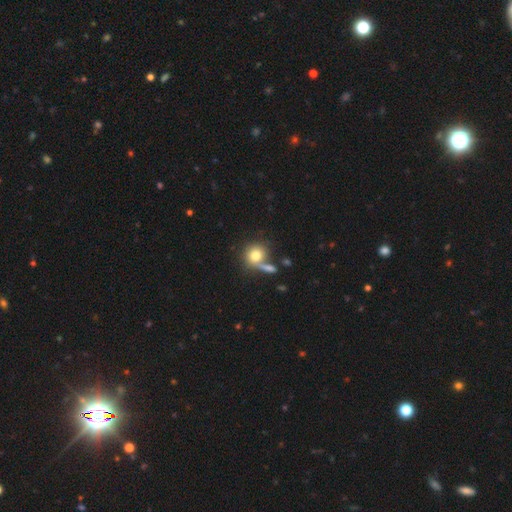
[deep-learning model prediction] Smooth or featured? smooth (76%)
How rounded? round (86%)
Merging? none (51%)